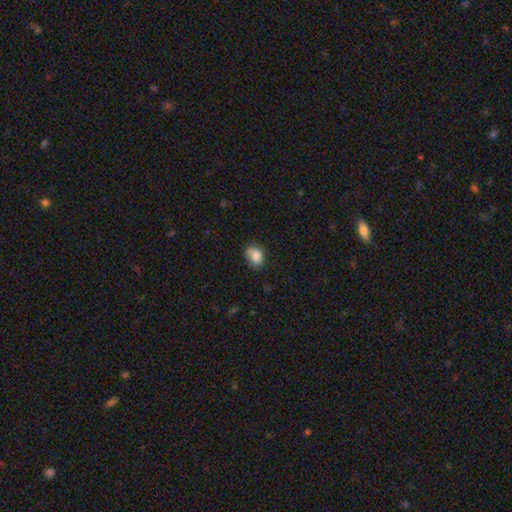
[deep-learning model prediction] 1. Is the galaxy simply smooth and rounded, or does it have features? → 84% smooth, 9% star or artifact, 8% featured or disk.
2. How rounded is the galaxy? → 69% in between, 30% round, 1% cigar-shaped.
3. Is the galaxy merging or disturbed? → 63% none, 28% minor disturbance, 6% major disturbance, 3% merger.